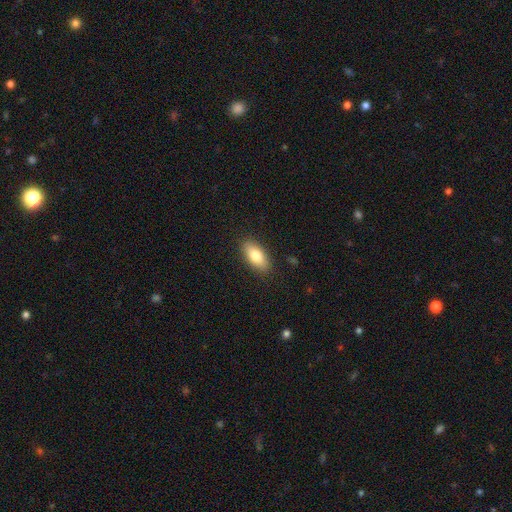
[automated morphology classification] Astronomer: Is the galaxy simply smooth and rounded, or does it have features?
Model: smooth — 80%.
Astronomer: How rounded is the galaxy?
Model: in between — 86%.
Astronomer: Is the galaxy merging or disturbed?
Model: none — 88%.